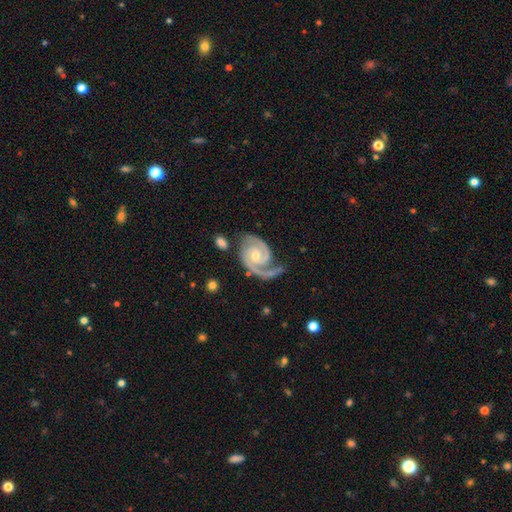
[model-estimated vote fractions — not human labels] Q: Smooth or featured?
A: featured or disk (92%); runner-up: star or artifact (4%)
Q: Edge-on disk?
A: no (98%); runner-up: yes (2%)
Q: Bar?
A: no (65%); runner-up: weak (27%)
Q: Spiral arms?
A: yes (98%); runner-up: no (2%)
Q: Spiral winding?
A: tight (52%); runner-up: medium (41%)
Q: Spiral arm count?
A: 2 (88%); runner-up: 1 (5%)
Q: Bulge size?
A: moderate (49%); runner-up: small (46%)
Q: Merging?
A: none (66%); runner-up: minor disturbance (20%)